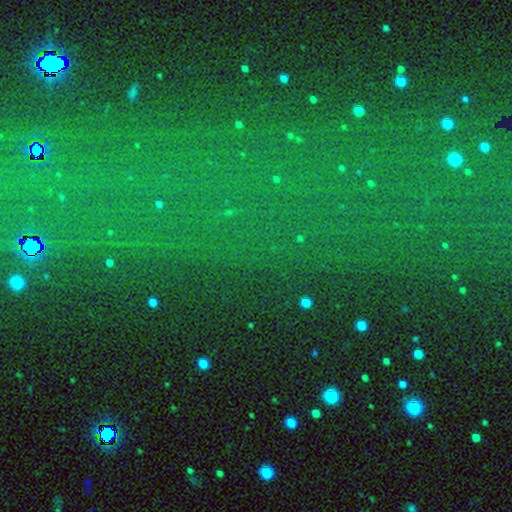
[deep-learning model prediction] This is likely a star or artifact rather than a galaxy (80%).